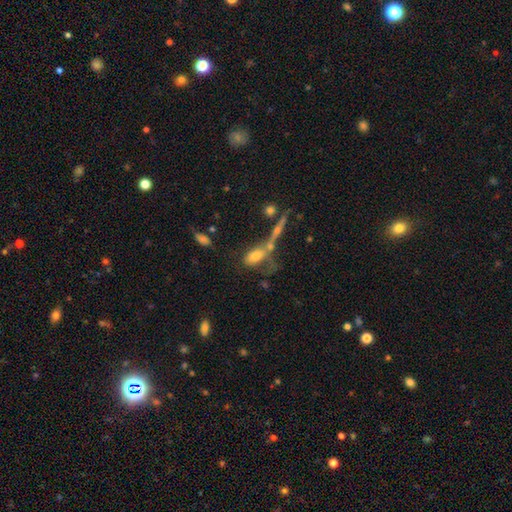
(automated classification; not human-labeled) A smooth galaxy with no disk features (58%) that is in between round and cigar-shaped (81%). Merging: merger (35%).